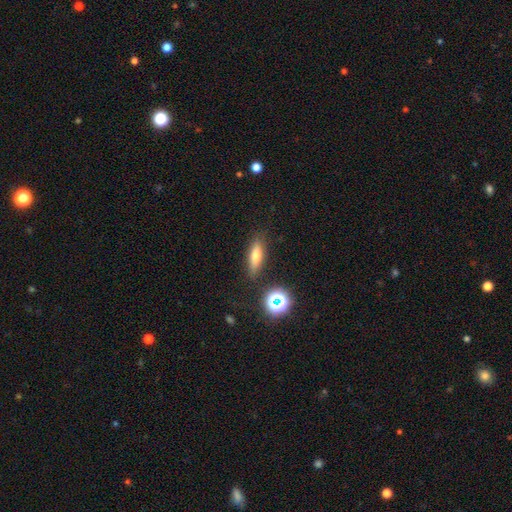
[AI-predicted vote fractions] A smooth galaxy with no disk features (63%) that is cigar-shaped (52%). Merging: none (84%).